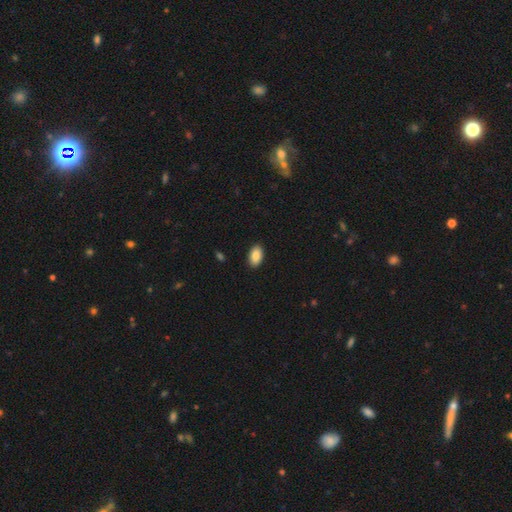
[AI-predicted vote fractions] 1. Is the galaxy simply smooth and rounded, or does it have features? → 88% smooth, 7% star or artifact, 5% featured or disk.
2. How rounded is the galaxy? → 93% in between, 5% round, 2% cigar-shaped.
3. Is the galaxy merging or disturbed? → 90% none, 7% minor disturbance, 2% major disturbance, 1% merger.